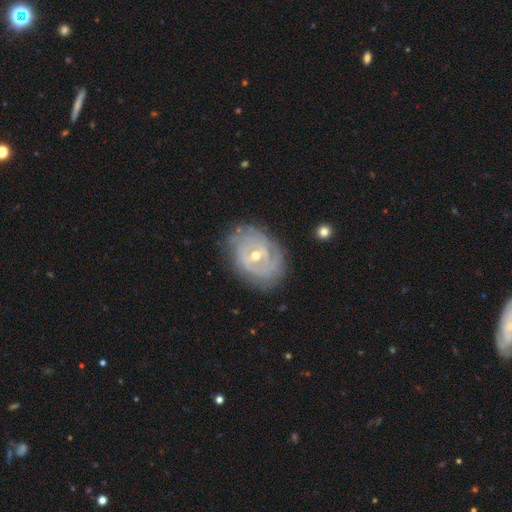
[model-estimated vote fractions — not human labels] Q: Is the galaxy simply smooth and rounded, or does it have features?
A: featured or disk — 85%.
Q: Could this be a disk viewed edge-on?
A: no — 96%.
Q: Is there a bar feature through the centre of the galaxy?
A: no — 44%.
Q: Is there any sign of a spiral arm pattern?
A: yes — 89%.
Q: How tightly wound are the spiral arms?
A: tight — 74%.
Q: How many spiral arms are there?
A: can't tell — 38%.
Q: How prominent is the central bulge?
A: moderate — 54%.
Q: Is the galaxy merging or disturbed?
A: none — 74%.